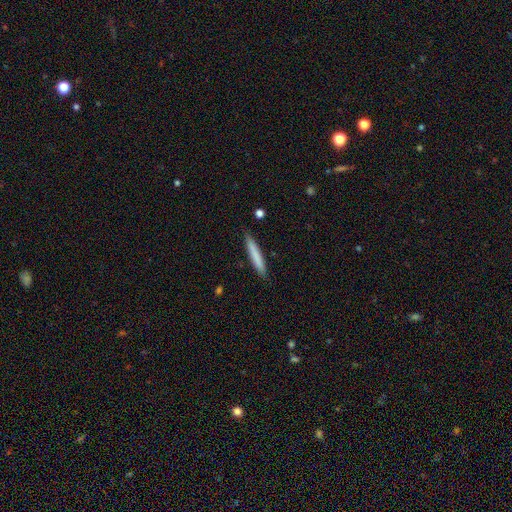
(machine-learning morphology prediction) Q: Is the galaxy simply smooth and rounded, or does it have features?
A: smooth — 77%.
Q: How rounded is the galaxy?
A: cigar-shaped — 95%.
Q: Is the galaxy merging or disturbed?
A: none — 89%.